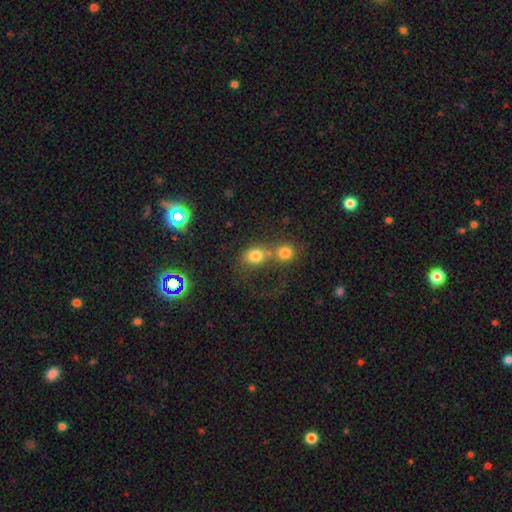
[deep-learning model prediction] This is likely a smooth galaxy (76%). How rounded: likely round (62%). Merging: possibly merger (53%).